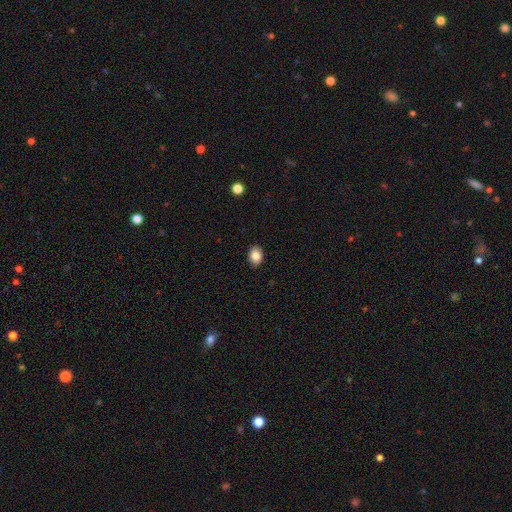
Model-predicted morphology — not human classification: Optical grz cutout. It shows a smooth galaxy with no disk features (88%) that is in between round and cigar-shaped (73%). Merging: none (89%).